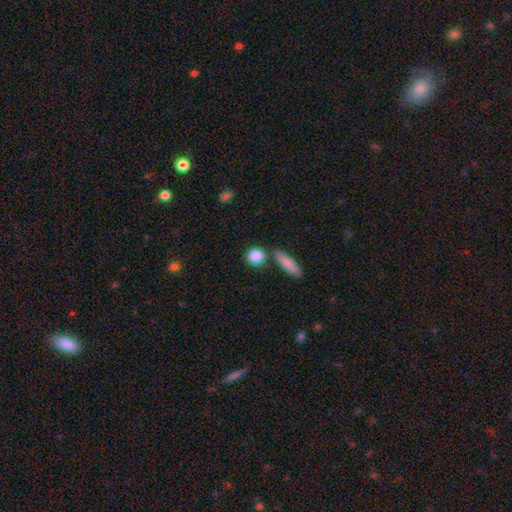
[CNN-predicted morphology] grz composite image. It shows a smooth galaxy with no disk features (87%) that is round (77%). Merging: none (72%).